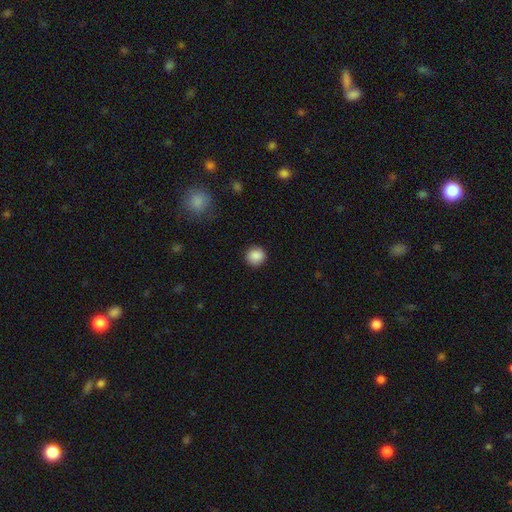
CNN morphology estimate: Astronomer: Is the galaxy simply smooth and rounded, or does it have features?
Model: smooth — 87%.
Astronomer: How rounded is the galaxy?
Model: round — 92%.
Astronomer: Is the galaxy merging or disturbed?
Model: none — 90%.